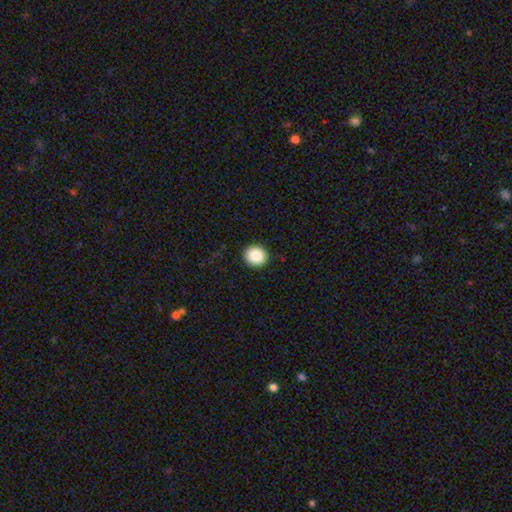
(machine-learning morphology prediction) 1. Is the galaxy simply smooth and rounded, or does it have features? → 88% smooth, 9% star or artifact, 4% featured or disk.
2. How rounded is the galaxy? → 86% round, 13% in between, 1% cigar-shaped.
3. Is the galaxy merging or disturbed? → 92% none, 5% minor disturbance, 2% major disturbance, 1% merger.